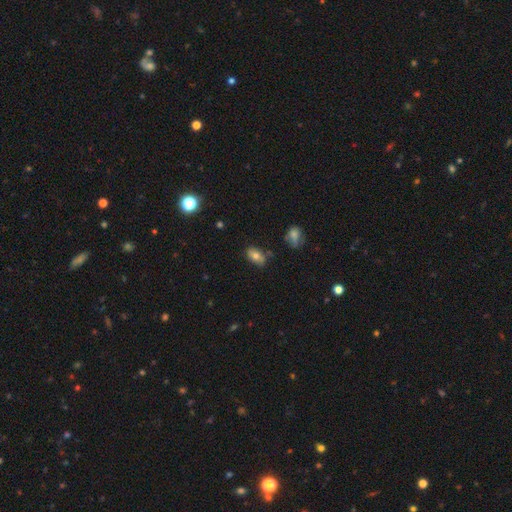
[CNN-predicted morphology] Smooth or featured?
  - smooth: 74% *
  - featured or disk: 15%
  - star or artifact: 11%
How rounded?
  - in between: 88% *
  - round: 10%
  - cigar-shaped: 2%
Merging?
  - none: 74% *
  - minor disturbance: 18%
  - merger: 4%
  - major disturbance: 4%